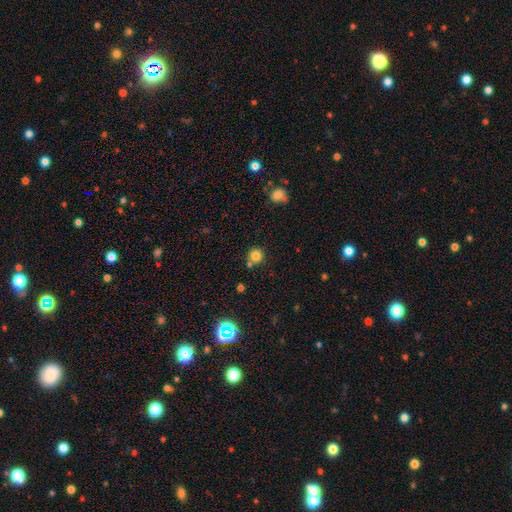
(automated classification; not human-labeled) The model was most divided on "merging": none: 72%, merger: 15%, minor disturbance: 9%, major disturbance: 3%. More confident: how rounded — round (92%); smooth or featured — smooth (81%).